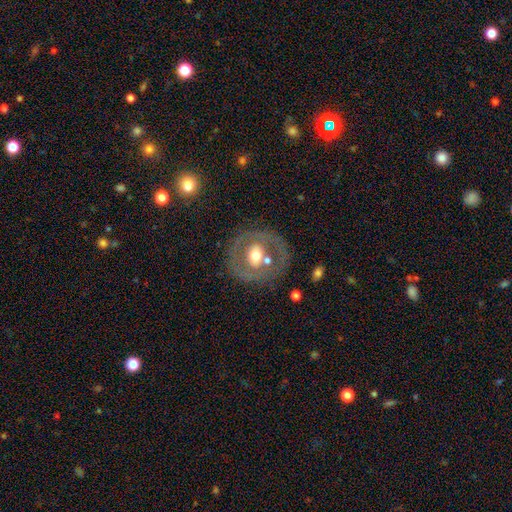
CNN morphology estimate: Smooth or featured? featured or disk (55%)
Edge-on disk? no (94%)
Bar? no (67%)
Spiral arms? no (85%)
Bulge size? moderate (65%)
Merging? none (71%)